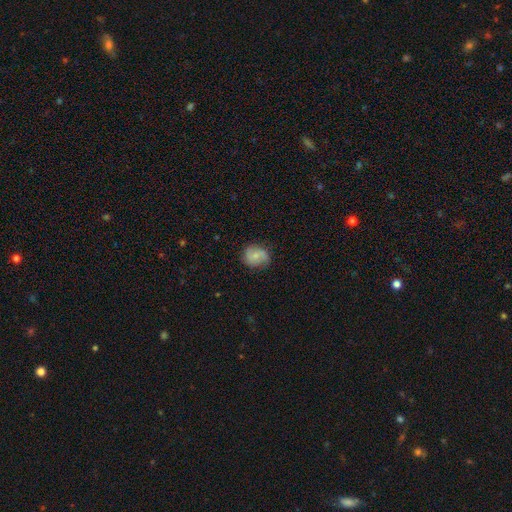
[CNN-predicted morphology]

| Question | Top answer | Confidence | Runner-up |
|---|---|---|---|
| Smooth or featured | featured or disk | 51% | smooth (41%) |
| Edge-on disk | no | 97% | yes (3%) |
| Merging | none | 74% | minor disturbance (19%) |